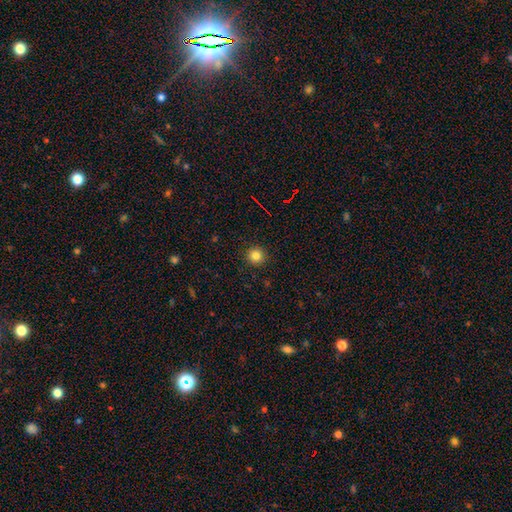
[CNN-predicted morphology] This appears to be a smooth galaxy with no disk features (82%) that is round (94%). Merging: none (92%).